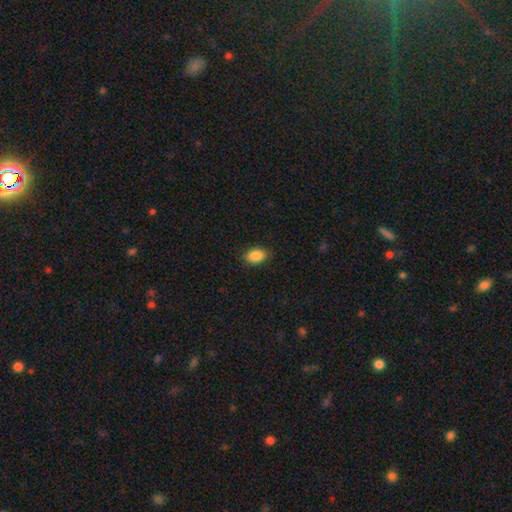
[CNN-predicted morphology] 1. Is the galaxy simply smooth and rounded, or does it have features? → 88% smooth, 8% star or artifact, 4% featured or disk.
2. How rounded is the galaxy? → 84% in between, 15% round, 1% cigar-shaped.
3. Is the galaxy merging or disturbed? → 87% none, 10% minor disturbance, 2% major disturbance, 1% merger.